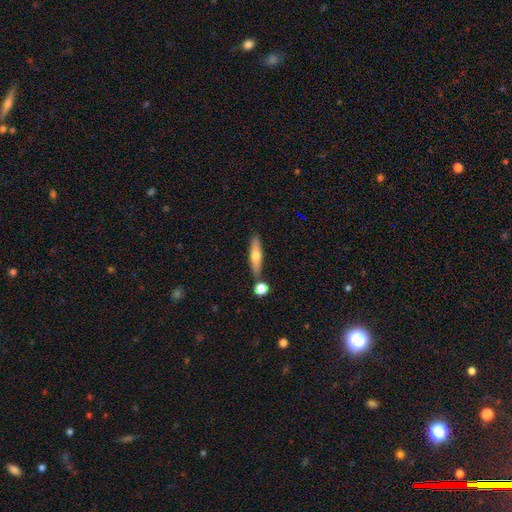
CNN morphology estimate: The model was most divided on "smooth or featured": smooth: 59%, featured or disk: 35%, star or artifact: 6%. More confident: how rounded — cigar-shaped (77%); merging — none (76%).